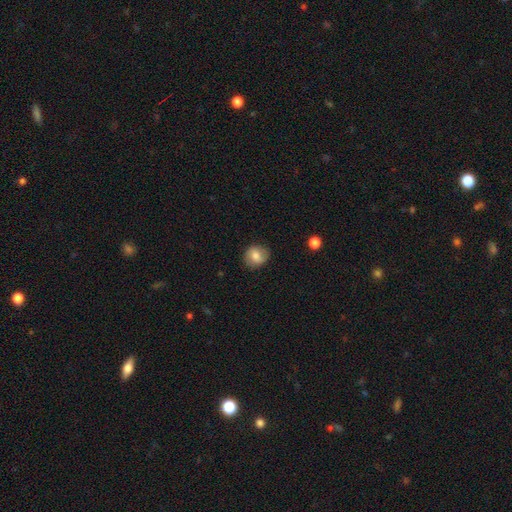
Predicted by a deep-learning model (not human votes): This is likely a smooth galaxy (70%). How rounded: likely round (74%). Merging: clearly none (82%).